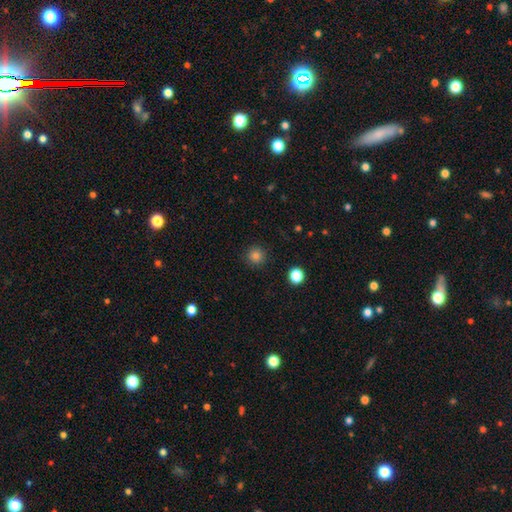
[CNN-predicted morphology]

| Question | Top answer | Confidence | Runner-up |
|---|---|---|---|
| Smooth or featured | smooth | 82% | star or artifact (13%) |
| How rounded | round | 95% | in between (4%) |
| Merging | none | 90% | minor disturbance (6%) |